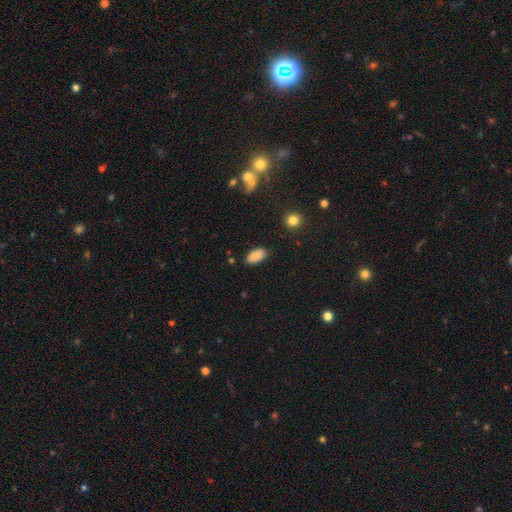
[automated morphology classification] This appears to be a smooth galaxy with no disk features (86%) that is in between round and cigar-shaped (94%). Merging: none (82%).